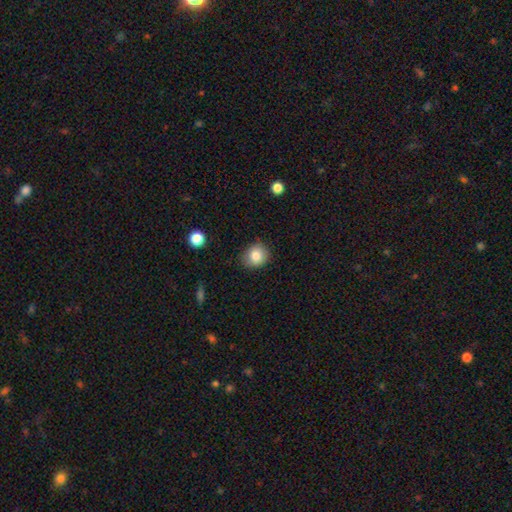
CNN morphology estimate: Smooth or featured: smooth — 82% (star or artifact — 10%)
How rounded: round — 79% (in between — 20%)
Merging: none — 82% (minor disturbance — 14%)